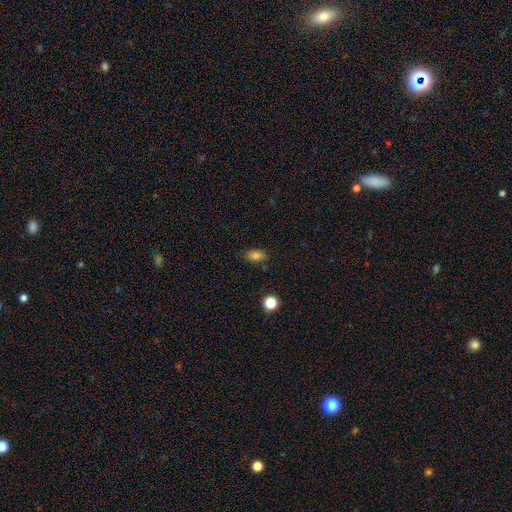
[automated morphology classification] A smooth galaxy with no disk features (80%) that is in between round and cigar-shaped (85%). Merging: none (81%).